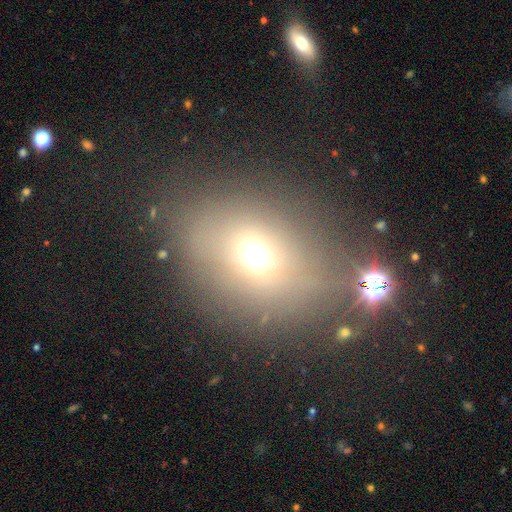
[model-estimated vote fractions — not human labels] smooth 59%, star or artifact 25%, featured or disk 17%. Down the decision tree: how rounded — in between (51%); merging — none (66%).